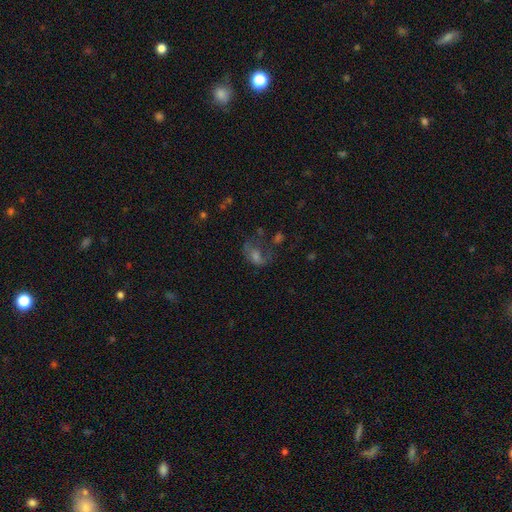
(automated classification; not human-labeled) Smooth or featured? featured or disk (38%)
Merging? major disturbance (39%)